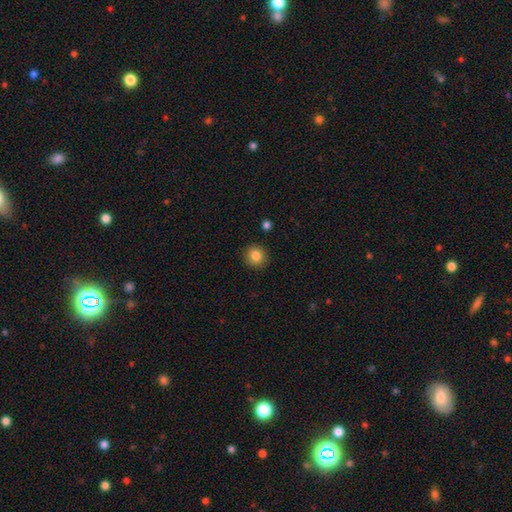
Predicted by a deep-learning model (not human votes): The model was most divided on "smooth or featured": smooth: 84%, star or artifact: 10%, featured or disk: 6%. More confident: how rounded — round (91%); merging — none (91%).